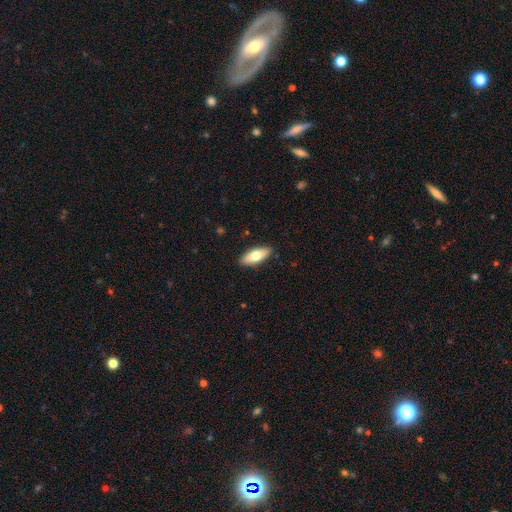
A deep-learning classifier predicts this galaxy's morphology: A smooth galaxy with no disk features (69%) that is in between round and cigar-shaped (77%).

Vote fractions:
- Smooth or featured? smooth: 69% / featured or disk: 25% / star or artifact: 6%
- How rounded? in between: 77% / cigar-shaped: 20% / round: 2%
- Merging? none: 89% / minor disturbance: 8% / major disturbance: 2% / merger: 1%